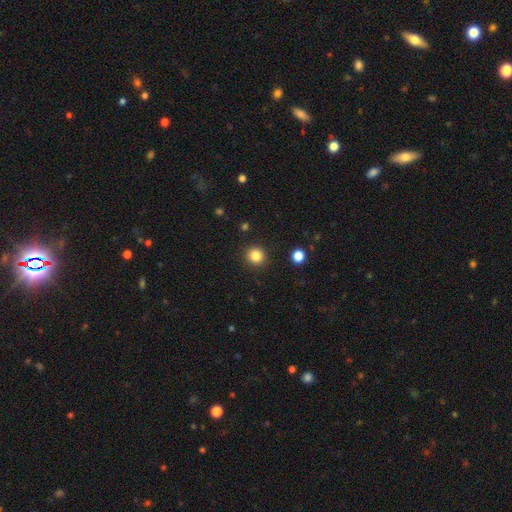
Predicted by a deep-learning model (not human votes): Overall: smooth (83%). How rounded: round (93%). Merging: none (92%).